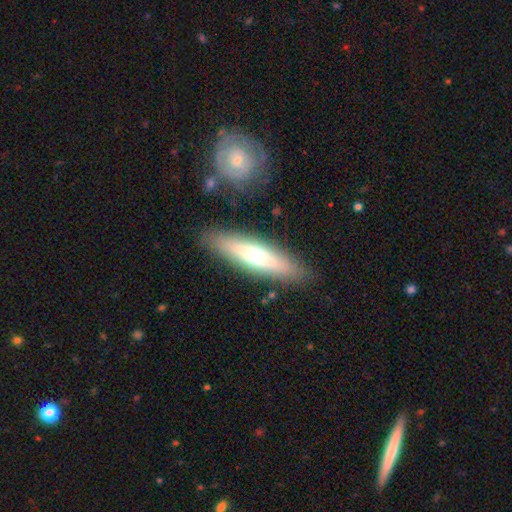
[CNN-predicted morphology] smooth 51%, featured or disk 43%, star or artifact 6%. Down the decision tree: how rounded — cigar-shaped (72%); merging — none (85%).